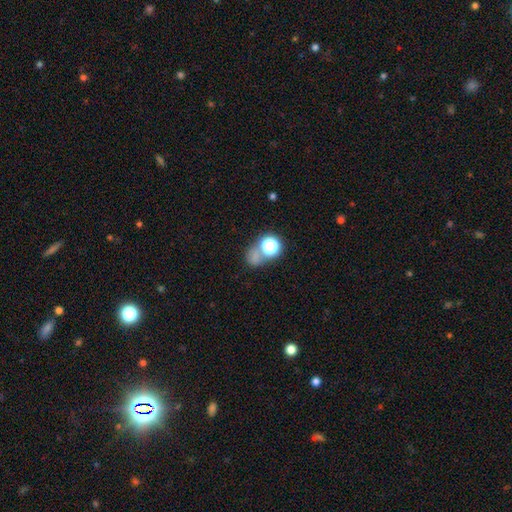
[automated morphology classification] smooth-or-featured: smooth: 55% | star or artifact: 34% | featured or disk: 10%
  how-rounded: round: 65% | in between: 34% | cigar-shaped: 1%
  merging: none: 48% | merger: 24% | major disturbance: 14% | minor disturbance: 14%